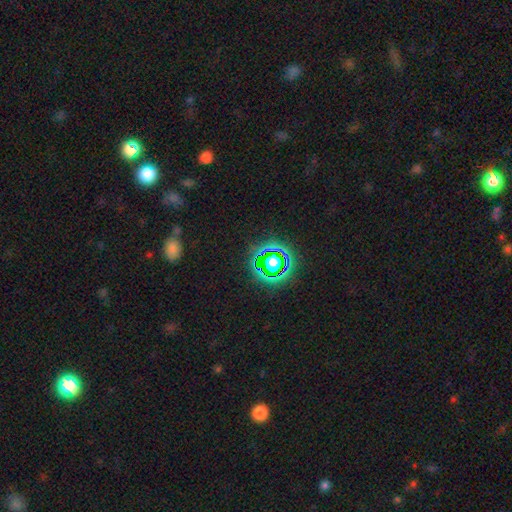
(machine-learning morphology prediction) A star or artifact, not a galaxy (71%).